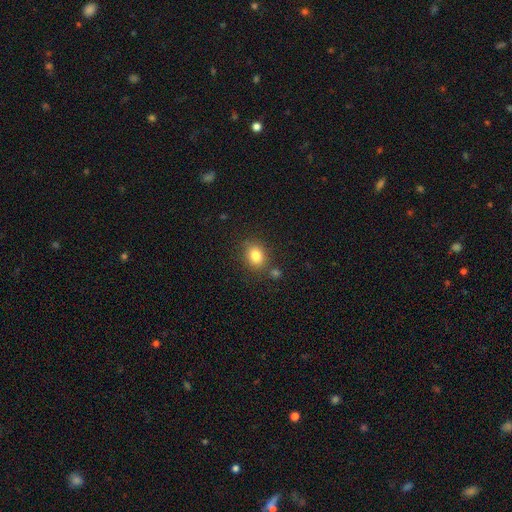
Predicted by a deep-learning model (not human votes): Smooth or featured?
  - smooth: 82% *
  - star or artifact: 10%
  - featured or disk: 7%
How rounded?
  - round: 52% *
  - in between: 47%
  - cigar-shaped: 1%
Merging?
  - none: 77% *
  - minor disturbance: 12%
  - merger: 8%
  - major disturbance: 3%